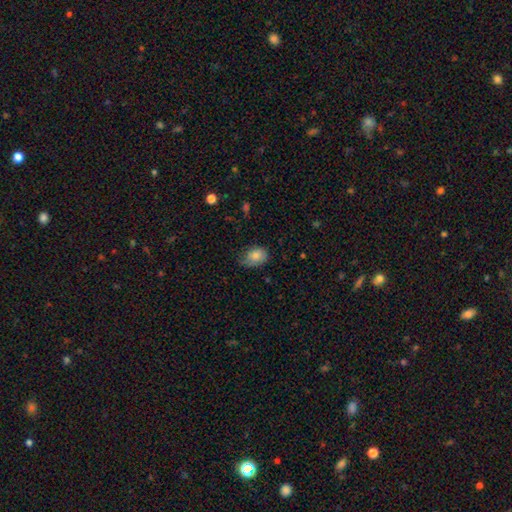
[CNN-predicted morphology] smooth-or-featured: smooth: 82% | featured or disk: 10% | star or artifact: 8%
  how-rounded: in between: 66% | round: 33% | cigar-shaped: 1%
  merging: none: 56% | minor disturbance: 34% | major disturbance: 8% | merger: 1%